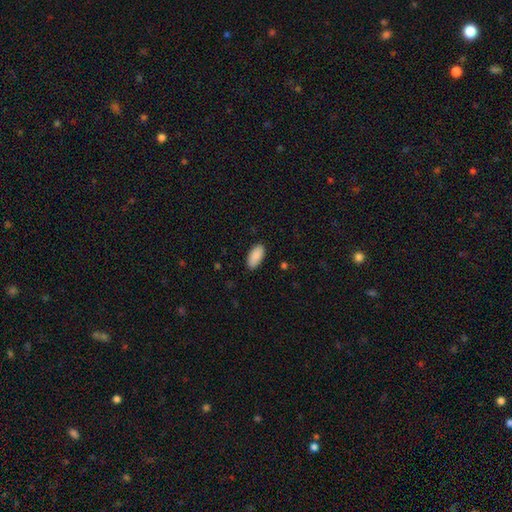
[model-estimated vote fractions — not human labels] Morphology: type=smooth (91%); roundness=in between (93%); merging=none (88%).